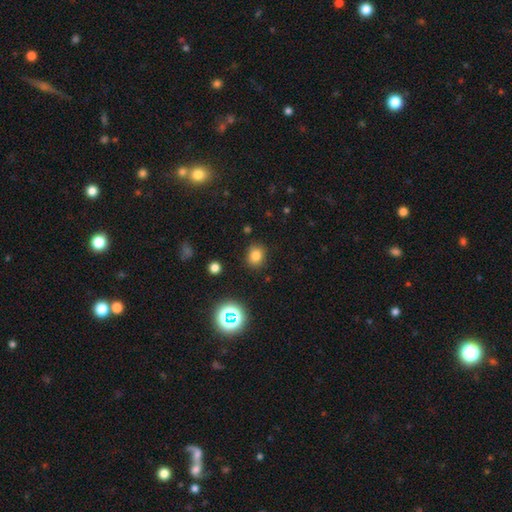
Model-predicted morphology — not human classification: The model was most divided on "how rounded": round: 68%, in between: 31%, cigar-shaped: 1%. More confident: merging — none (85%); smooth or featured — smooth (77%).